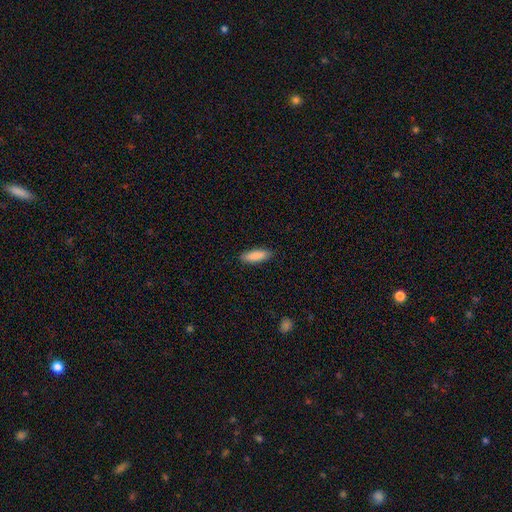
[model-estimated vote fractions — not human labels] Overall: smooth (88%). How rounded: in between (51%; cigar-shaped 48%). Merging: none (89%).